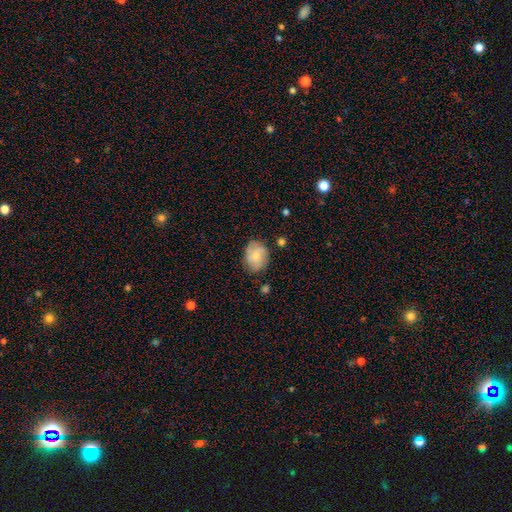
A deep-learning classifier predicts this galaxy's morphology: type=smooth (66%); roundness=in between (58%); merging=none (72%).